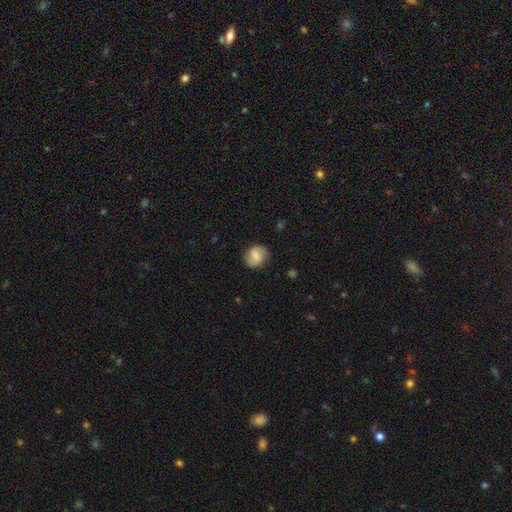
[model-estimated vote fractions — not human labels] Morphology: type=smooth (46%); merging=none (81%).